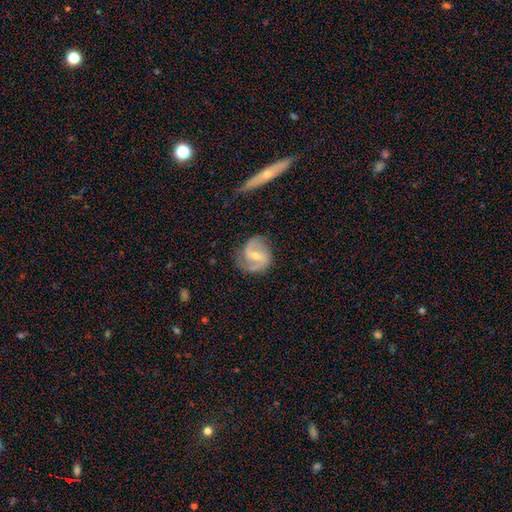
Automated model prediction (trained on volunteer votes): smooth_or_featured: featured or disk (p=0.82) [alt: smooth p=0.12]
disk_edge_on: no (p=0.98) [alt: yes p=0.02]
bar: weak (p=0.53) [alt: strong p=0.26]
has_spiral_arms: yes (p=0.95) [alt: no p=0.05]
spiral_winding: medium (p=0.53) [alt: loose p=0.26]
spiral_arm_count: 2 (p=0.88) [alt: can't tell p=0.05]
bulge_size: moderate (p=0.51) [alt: small p=0.45]
merging: none (p=0.75) [alt: minor disturbance p=0.17]